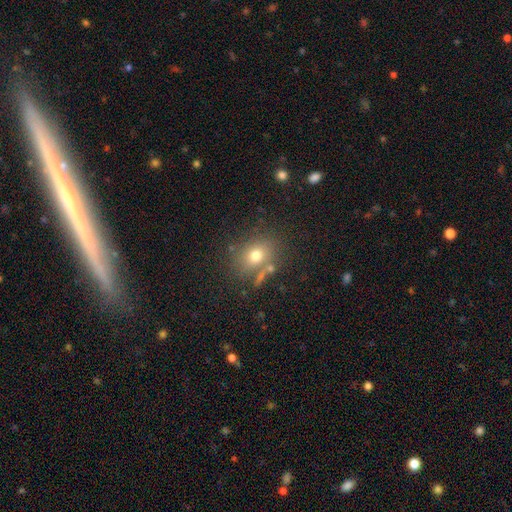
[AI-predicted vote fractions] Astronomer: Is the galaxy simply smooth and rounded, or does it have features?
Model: smooth — 71%.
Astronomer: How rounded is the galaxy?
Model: round — 54% (runner-up: in between, 44%).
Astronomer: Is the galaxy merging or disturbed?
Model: none — 70%.